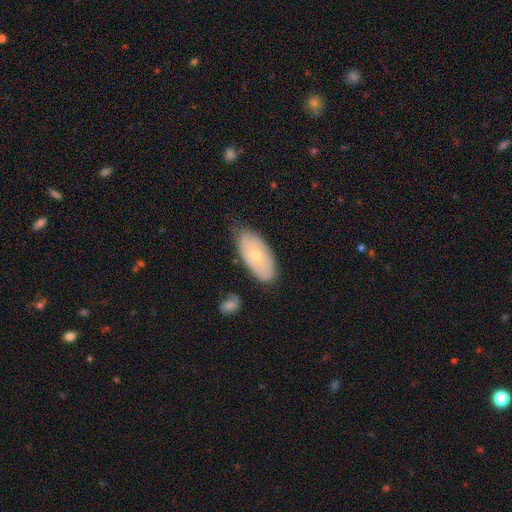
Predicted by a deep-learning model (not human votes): Smooth or featured: smooth — 51% (featured or disk — 42%)
How rounded: in between — 90% (cigar-shaped — 6%)
Merging: none — 66% (minor disturbance — 26%)